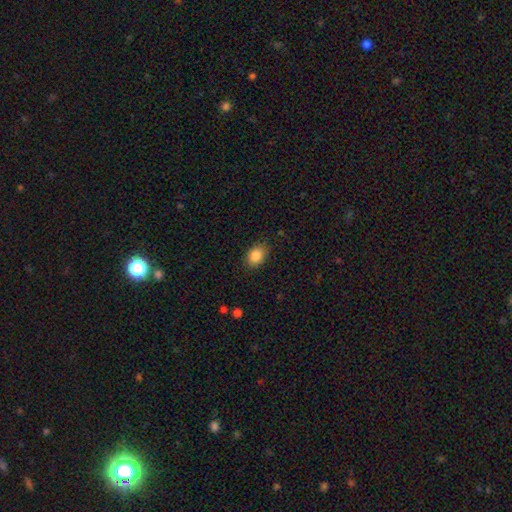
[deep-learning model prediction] smooth 86%, star or artifact 9%, featured or disk 5%. Down the decision tree: how rounded — in between (69%); merging — none (84%).